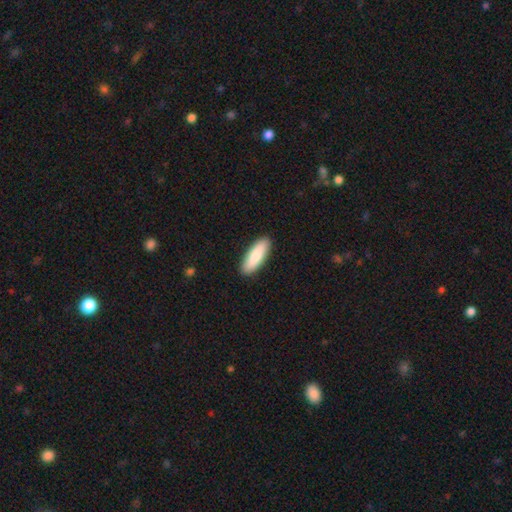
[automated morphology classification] This is clearly a smooth galaxy (83%). How rounded: possibly in between (55%). Merging: clearly none (90%).